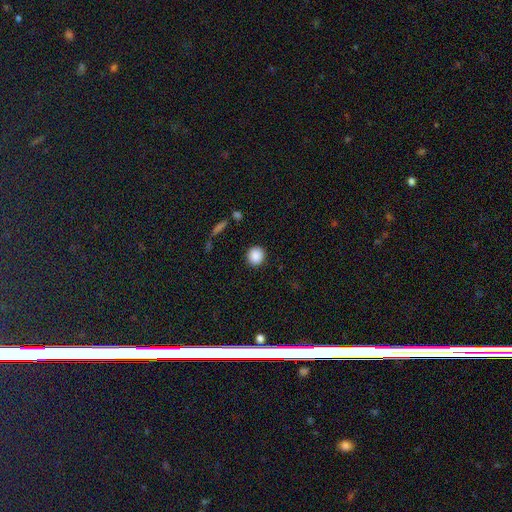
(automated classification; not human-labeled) The model was most divided on "smooth or featured": smooth: 88%, star or artifact: 9%, featured or disk: 3%. More confident: merging — none (91%); how rounded — round (91%).